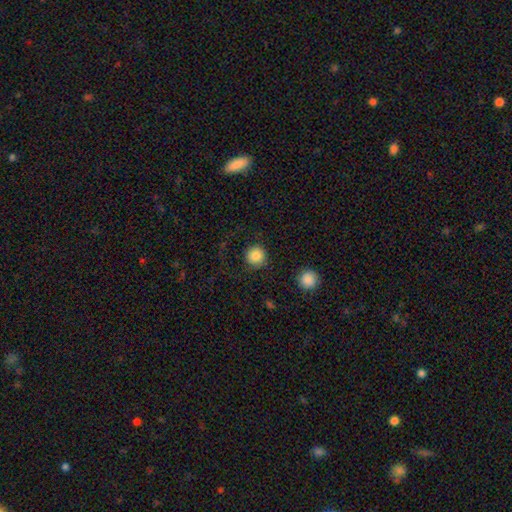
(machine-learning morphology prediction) This is clearly a smooth galaxy (86%). How rounded: clearly round (95%). Merging: clearly none (83%).